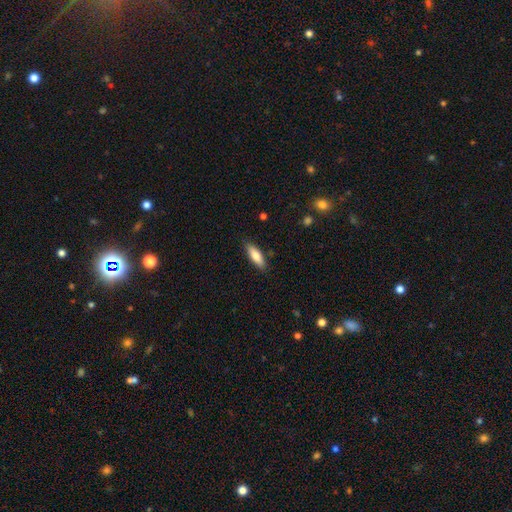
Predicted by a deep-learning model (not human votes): The model was most divided on "how rounded": in between: 57%, cigar-shaped: 41%, round: 2%. More confident: merging — none (86%); smooth or featured — smooth (79%).